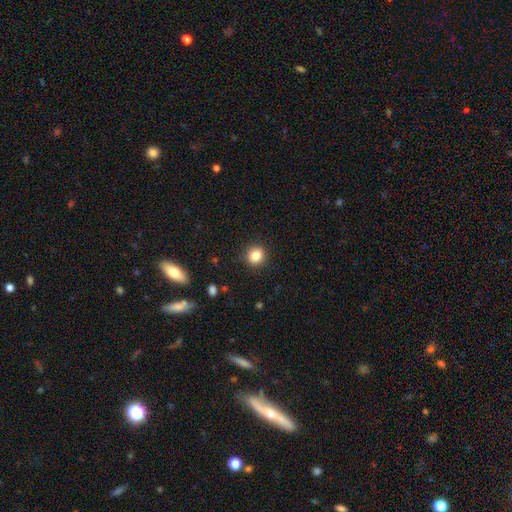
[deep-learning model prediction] The model was most divided on "smooth or featured": smooth: 84%, star or artifact: 11%, featured or disk: 5%. More confident: merging — none (90%); how rounded — round (87%).